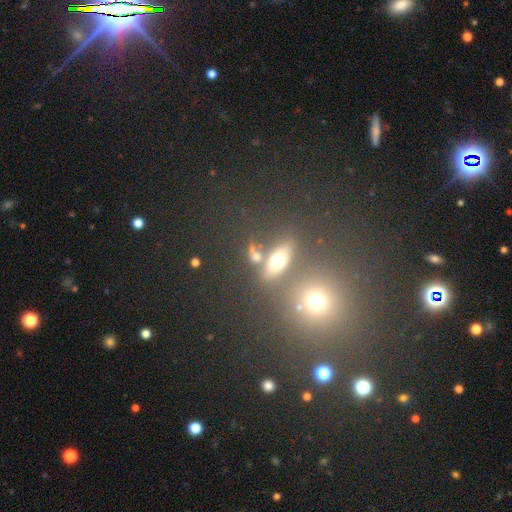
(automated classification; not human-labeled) A smooth galaxy with no disk features (61%) that is in between round and cigar-shaped (57%).

Vote fractions:
- Smooth or featured? smooth: 61% / star or artifact: 21% / featured or disk: 18%
- How rounded? in between: 57% / round: 26% / cigar-shaped: 17%
- Merging? none: 60% / merger: 21% / minor disturbance: 12% / major disturbance: 8%